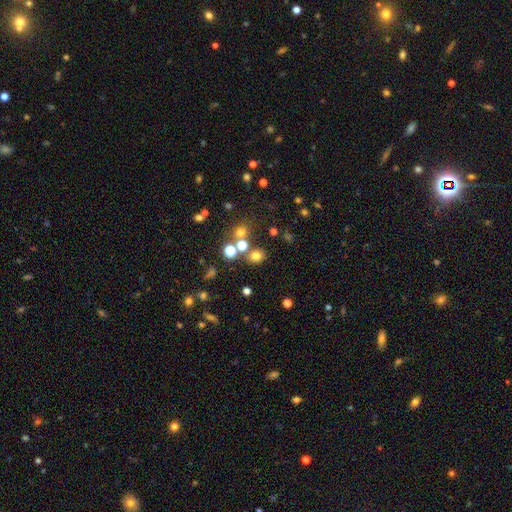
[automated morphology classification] A smooth galaxy with no disk features (71%) that is round (73%).

Vote fractions:
- Smooth or featured? smooth: 71% / star or artifact: 21% / featured or disk: 8%
- How rounded? round: 73% / in between: 26% / cigar-shaped: 1%
- Merging? none: 74% / merger: 13% / minor disturbance: 10% / major disturbance: 4%